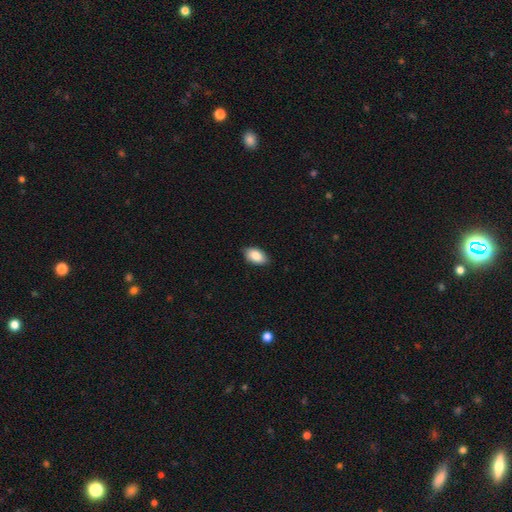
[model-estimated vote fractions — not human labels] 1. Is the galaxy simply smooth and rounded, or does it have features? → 86% smooth, 7% featured or disk, 7% star or artifact.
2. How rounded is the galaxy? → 93% in between, 5% round, 2% cigar-shaped.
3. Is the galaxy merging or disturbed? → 86% none, 11% minor disturbance, 2% major disturbance, 1% merger.